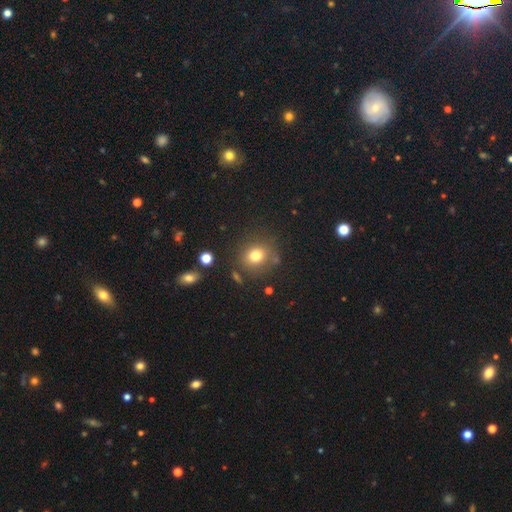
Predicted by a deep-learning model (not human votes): Smooth or featured? Predicted: smooth (p=0.77). How rounded? Predicted: round (p=0.79). Merging? Predicted: none (p=0.78).